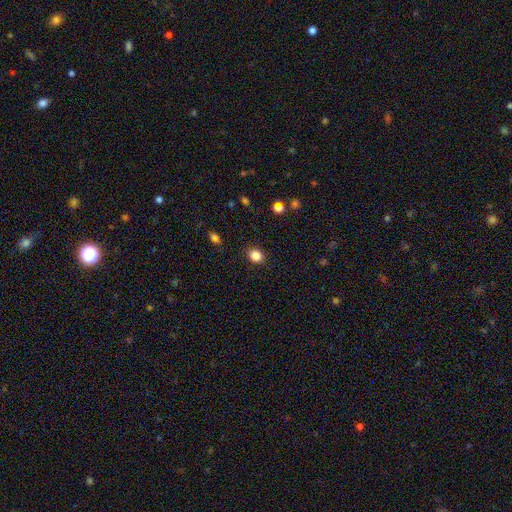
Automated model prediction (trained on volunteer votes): Smooth or featured?
  - smooth: 85% *
  - star or artifact: 11%
  - featured or disk: 4%
How rounded?
  - round: 54% *
  - in between: 45%
  - cigar-shaped: 1%
Merging?
  - none: 87% *
  - minor disturbance: 9%
  - major disturbance: 3%
  - merger: 1%